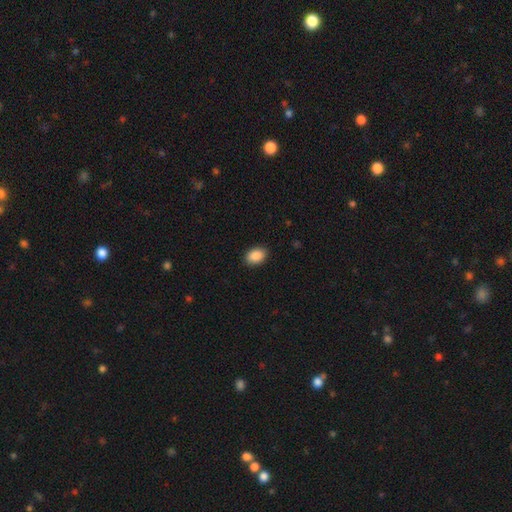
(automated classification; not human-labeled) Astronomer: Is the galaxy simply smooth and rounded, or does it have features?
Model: smooth — 89%.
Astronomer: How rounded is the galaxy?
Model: in between — 83%.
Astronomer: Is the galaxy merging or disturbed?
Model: none — 89%.